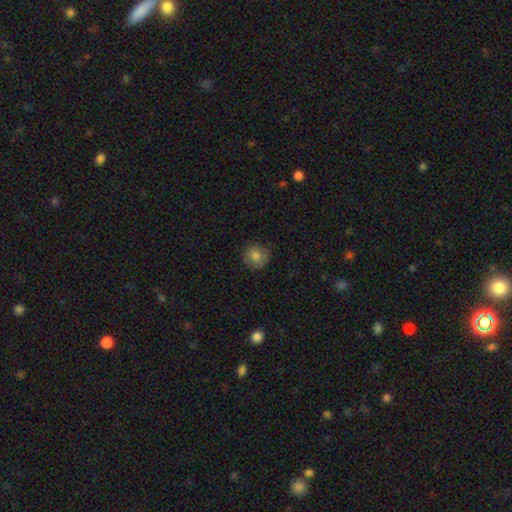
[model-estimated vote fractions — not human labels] This appears to be a smooth galaxy with no disk features (81%) that is round (91%). Merging: none (85%).